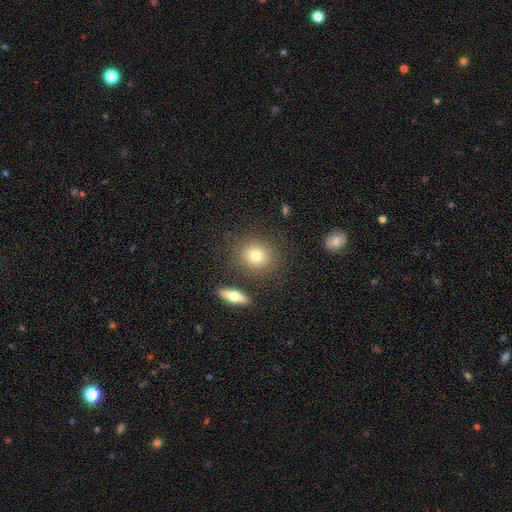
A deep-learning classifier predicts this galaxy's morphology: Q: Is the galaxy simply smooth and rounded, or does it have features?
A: smooth — 77%.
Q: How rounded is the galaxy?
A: round — 79%.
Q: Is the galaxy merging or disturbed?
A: none — 83%.